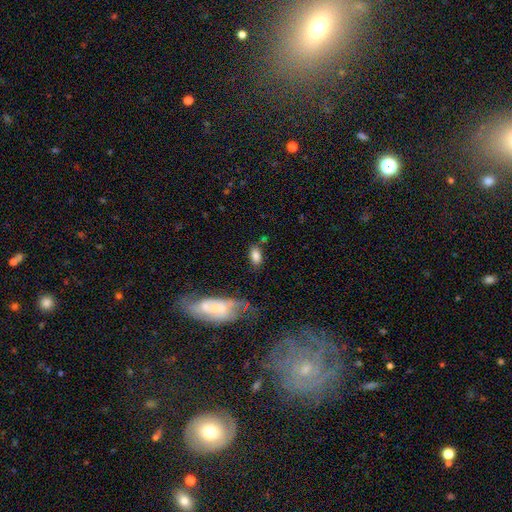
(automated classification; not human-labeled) A smooth galaxy with no disk features (81%) that is in between round and cigar-shaped (90%).

Vote fractions:
- Smooth or featured? smooth: 81% / featured or disk: 10% / star or artifact: 9%
- How rounded? in between: 90% / round: 6% / cigar-shaped: 4%
- Merging? none: 68% / minor disturbance: 18% / major disturbance: 7% / merger: 7%